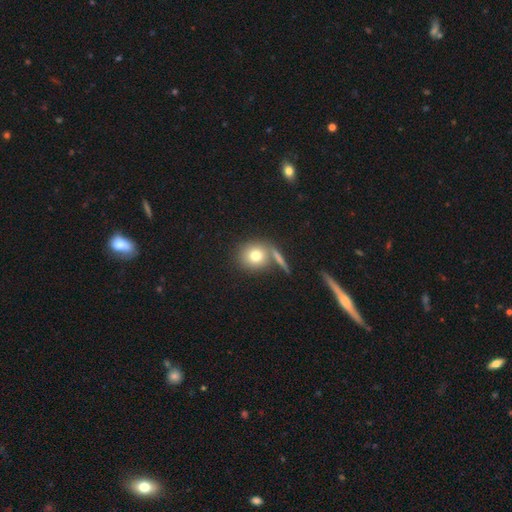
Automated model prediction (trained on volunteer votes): A smooth galaxy with no disk features (75%) that is round (83%). Merging: none (63%).